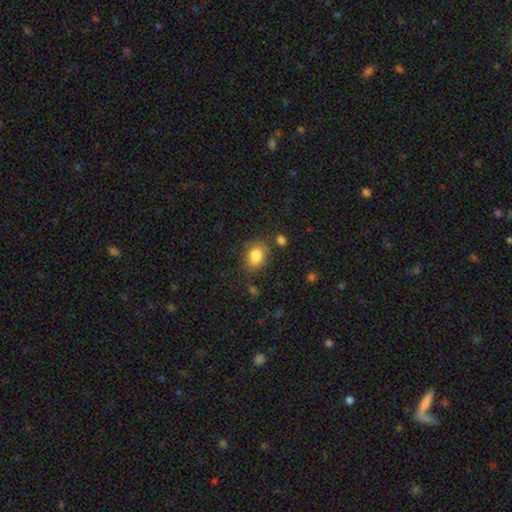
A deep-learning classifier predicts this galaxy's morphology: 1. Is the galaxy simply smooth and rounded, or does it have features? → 84% smooth, 9% star or artifact, 7% featured or disk.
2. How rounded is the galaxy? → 62% in between, 37% round, 1% cigar-shaped.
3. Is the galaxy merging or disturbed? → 65% none, 21% minor disturbance, 7% major disturbance, 6% merger.